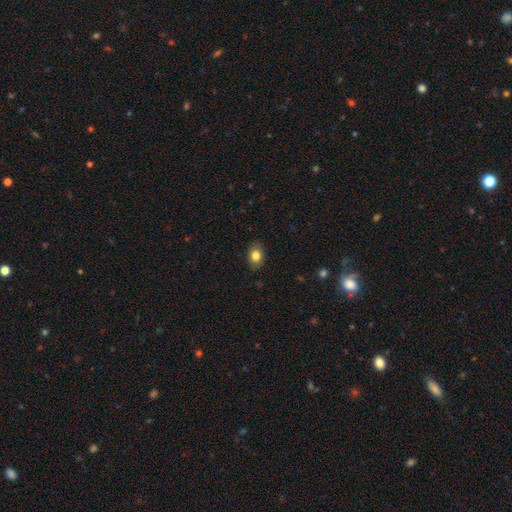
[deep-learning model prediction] A smooth galaxy with no disk features (82%) that is in between round and cigar-shaped (71%). Merging: none (87%).